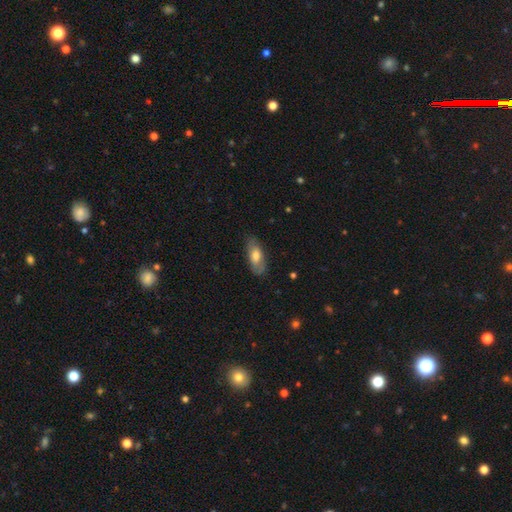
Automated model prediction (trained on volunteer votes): This appears to be a smooth galaxy with no disk features (65%) that is in between round and cigar-shaped (82%). Merging: none (77%).